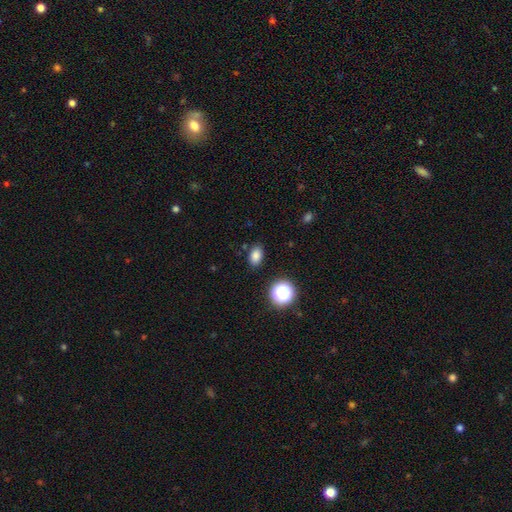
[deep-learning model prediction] Morphology: type=smooth (82%); roundness=in between (80%); merging=none (86%).